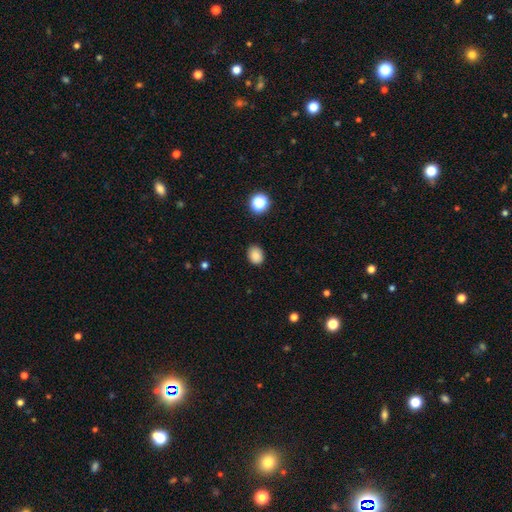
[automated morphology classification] Smooth or featured?
  - smooth: 85% *
  - star or artifact: 11%
  - featured or disk: 4%
How rounded?
  - in between: 55% *
  - round: 44%
  - cigar-shaped: 1%
Merging?
  - none: 88% *
  - minor disturbance: 9%
  - major disturbance: 2%
  - merger: 1%